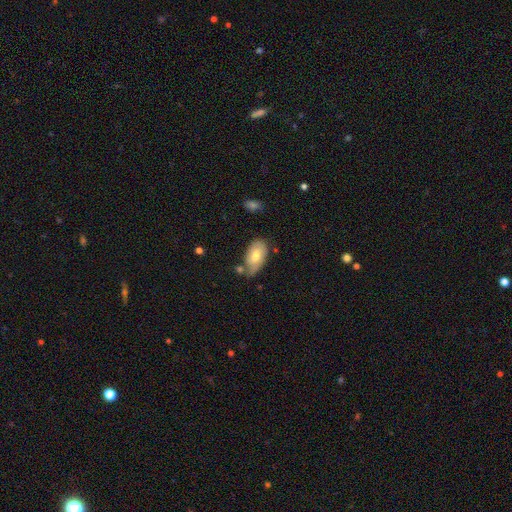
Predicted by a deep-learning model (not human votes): Smooth or featured? Predicted: smooth (p=0.66). How rounded? Predicted: in between (p=0.93). Merging? Predicted: none (p=0.49).